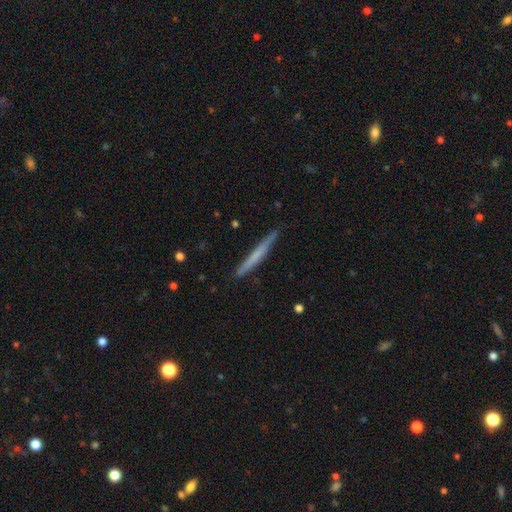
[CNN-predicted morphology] Smooth or featured?
  - smooth: 51% *
  - featured or disk: 43%
  - star or artifact: 6%
How rounded?
  - cigar-shaped: 97% *
  - in between: 2%
  - round: 1%
Merging?
  - none: 88% *
  - minor disturbance: 9%
  - major disturbance: 1%
  - merger: 1%